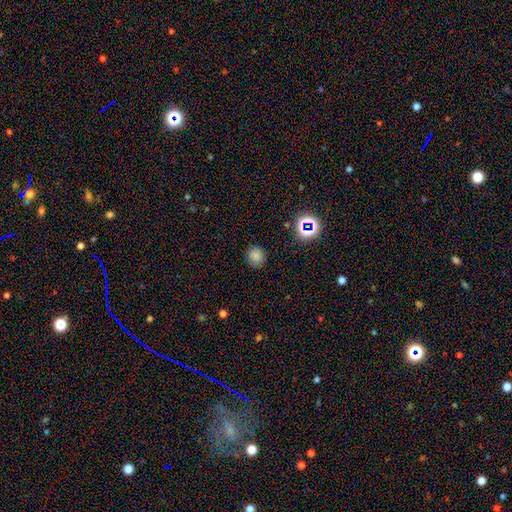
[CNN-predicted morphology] A smooth galaxy with no disk features (76%) that is round (86%).

Vote fractions:
- Smooth or featured? smooth: 76% / star or artifact: 18% / featured or disk: 6%
- How rounded? round: 86% / in between: 13% / cigar-shaped: 1%
- Merging? none: 84% / minor disturbance: 11% / major disturbance: 3% / merger: 1%